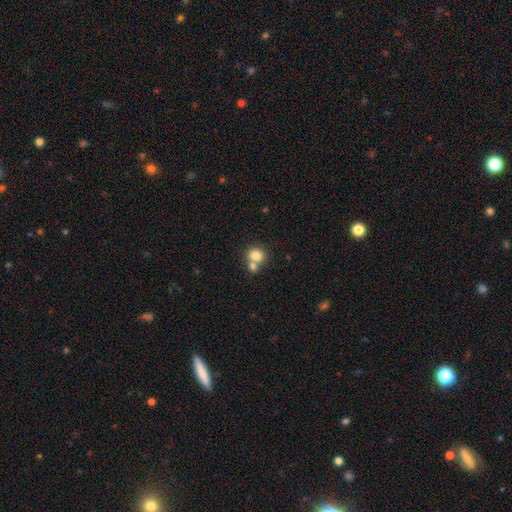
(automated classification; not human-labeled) This is likely a smooth galaxy (80%). How rounded: likely round (69%). Merging: possibly merger (46%).